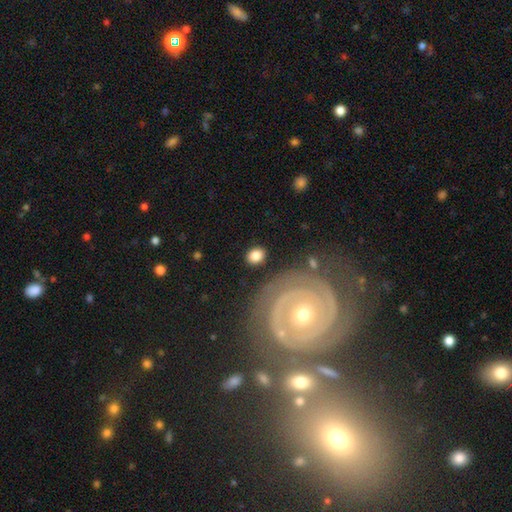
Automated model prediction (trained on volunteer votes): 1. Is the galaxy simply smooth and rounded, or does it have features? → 80% smooth, 13% featured or disk, 7% star or artifact.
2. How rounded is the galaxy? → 51% in between, 47% round, 1% cigar-shaped.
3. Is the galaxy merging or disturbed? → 82% none, 10% minor disturbance, 4% major disturbance, 4% merger.